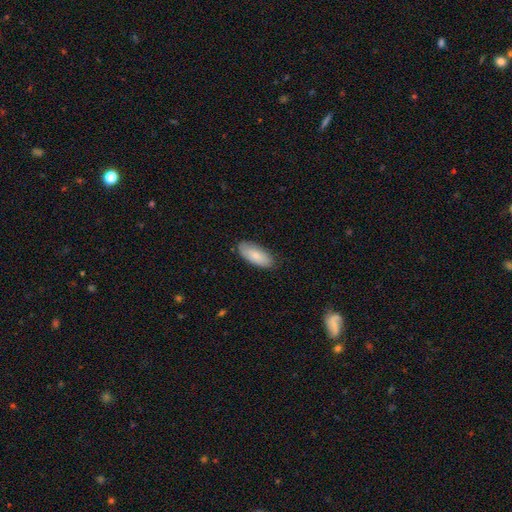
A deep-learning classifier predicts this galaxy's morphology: Smooth or featured: smooth — 84% (featured or disk — 10%)
How rounded: in between — 85% (cigar-shaped — 13%)
Merging: none — 83% (minor disturbance — 14%)